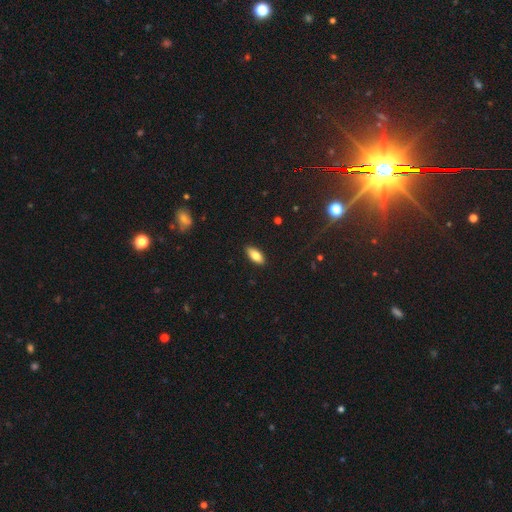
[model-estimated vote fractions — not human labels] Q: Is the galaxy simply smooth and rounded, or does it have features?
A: smooth — 79%.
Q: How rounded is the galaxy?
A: in between — 84%.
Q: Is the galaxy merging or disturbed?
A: none — 88%.